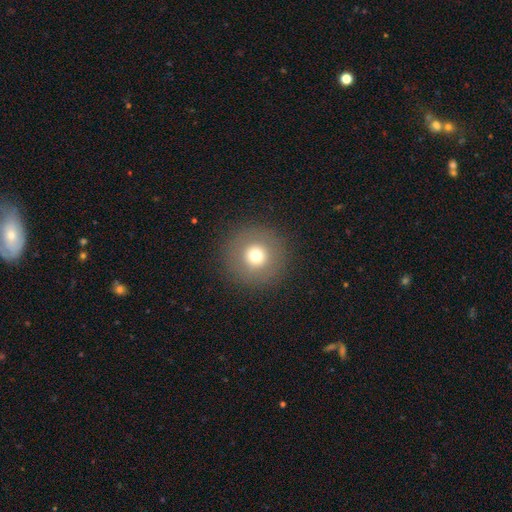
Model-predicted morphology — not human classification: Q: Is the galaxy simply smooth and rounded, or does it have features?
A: smooth — 70%.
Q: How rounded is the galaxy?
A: round — 96%.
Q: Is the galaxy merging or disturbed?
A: none — 90%.